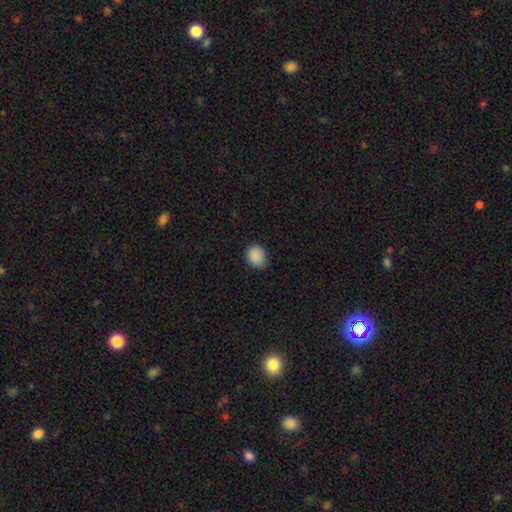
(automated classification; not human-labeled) Q: Smooth or featured?
A: smooth (88%); runner-up: star or artifact (9%)
Q: How rounded?
A: round (56%); runner-up: in between (43%)
Q: Merging?
A: none (80%); runner-up: minor disturbance (17%)